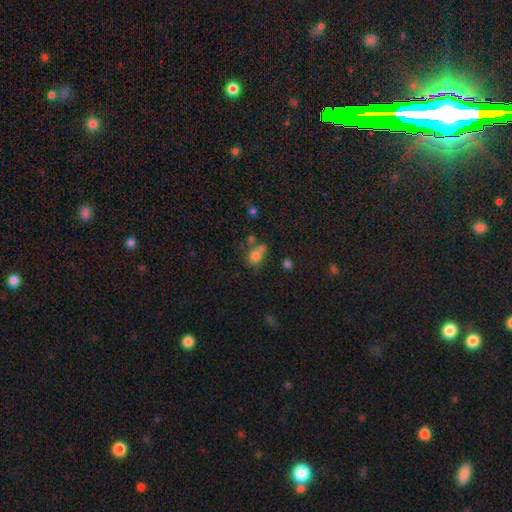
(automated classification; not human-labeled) This appears to be a smooth galaxy with no disk features (73%) that is round (61%). Merging: none (41%).